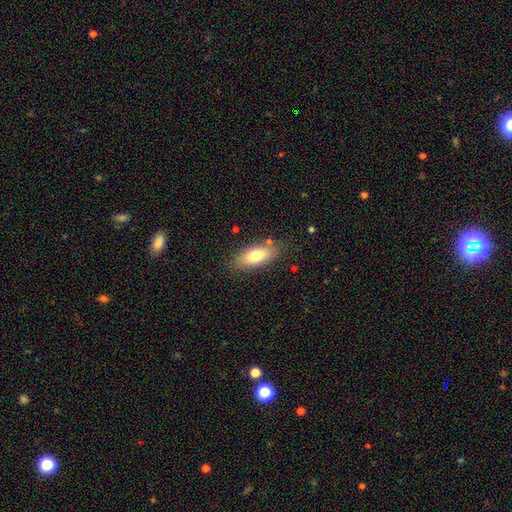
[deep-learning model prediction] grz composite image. It shows a smooth galaxy with no disk features (74%) that is in between round and cigar-shaped (79%). Merging: none (81%).